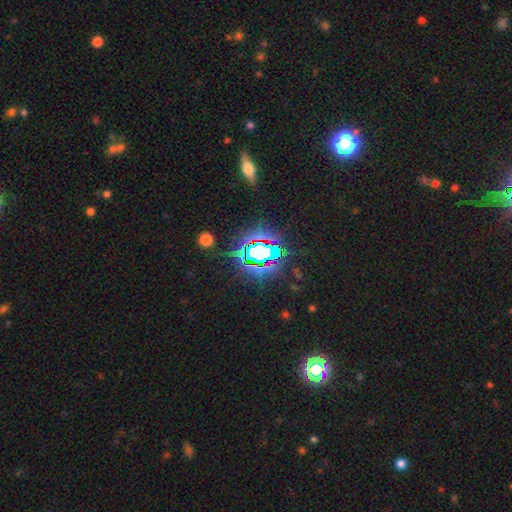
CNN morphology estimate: Smooth or featured? Predicted: star or artifact (p=0.77).